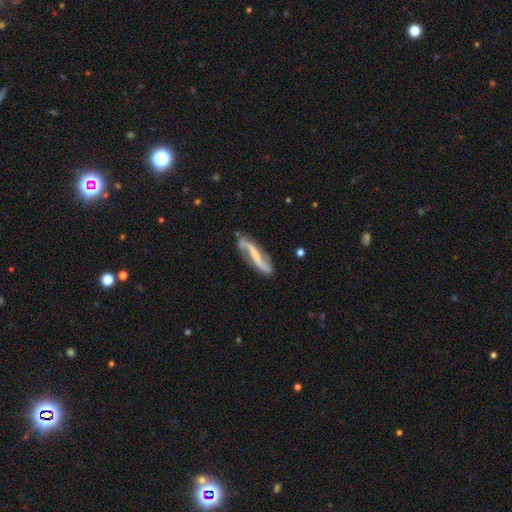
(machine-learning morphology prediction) The model was most divided on "bar": strong: 44%, weak: 32%, no: 24%. Remaining: spiral arms — yes (95%); spiral arm count — 2 (92%); edge-on disk — no (86%); smooth or featured — featured or disk (83%); merging — none (76%); spiral winding — loose (71%); bulge size — small (45%).